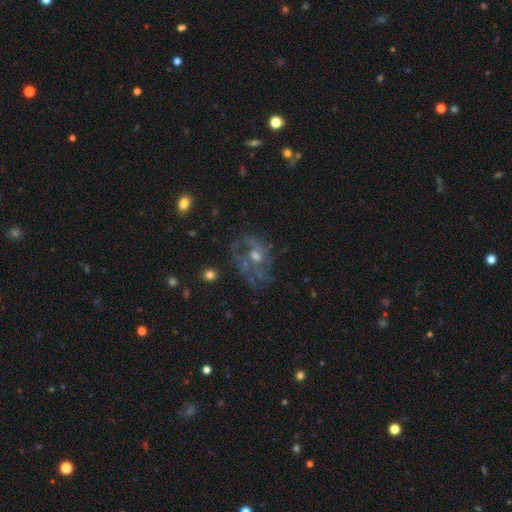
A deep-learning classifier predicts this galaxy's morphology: A featured or disk galaxy (75%) with no bar (70%), medium (45%) spiral arms (78%) and a moderate central bulge (54%). Merging: none (55%).